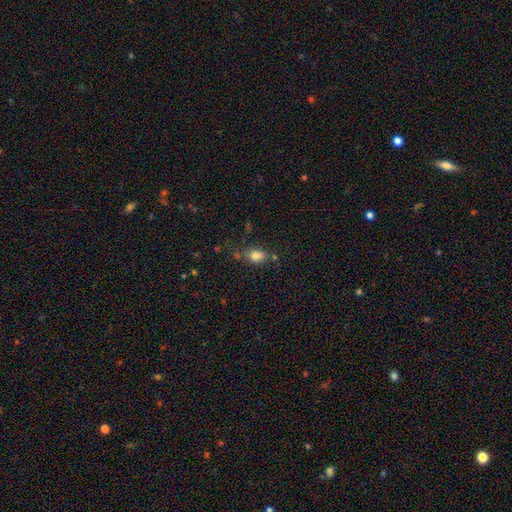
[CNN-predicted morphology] This is likely a smooth galaxy (79%). How rounded: likely in between (70%). Merging: likely none (66%).